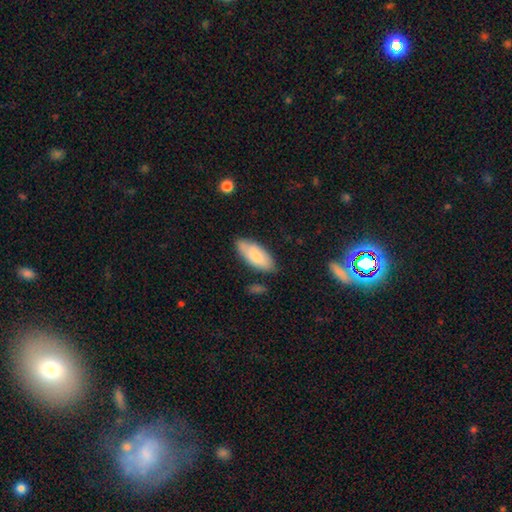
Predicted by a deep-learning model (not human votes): This appears to be a smooth galaxy with no disk features (78%) that is in between round and cigar-shaped (84%). Merging: none (77%).